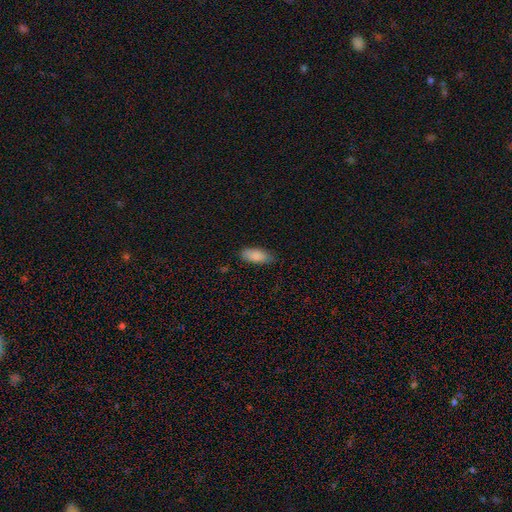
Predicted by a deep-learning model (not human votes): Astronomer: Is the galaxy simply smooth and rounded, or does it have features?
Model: smooth — 87%.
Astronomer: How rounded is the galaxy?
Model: in between — 81%.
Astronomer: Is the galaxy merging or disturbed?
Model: none — 81%.